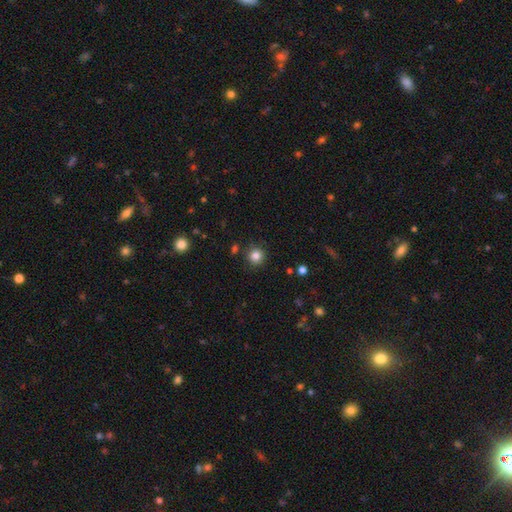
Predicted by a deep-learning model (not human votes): Morphology: type=smooth (83%); roundness=round (94%); merging=none (88%).